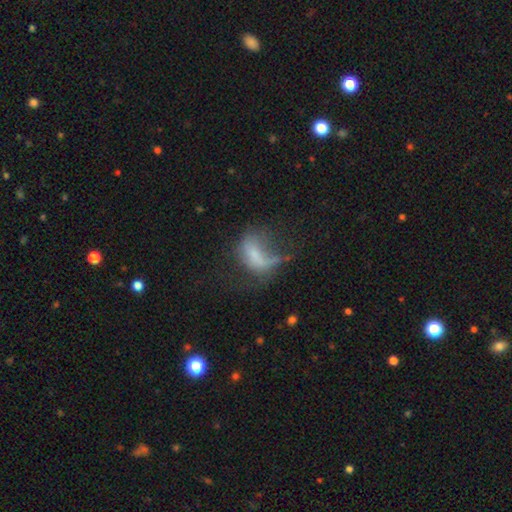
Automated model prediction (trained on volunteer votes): smooth 48%, featured or disk 39%, star or artifact 13%. Down the decision tree: merging — major disturbance (54%).